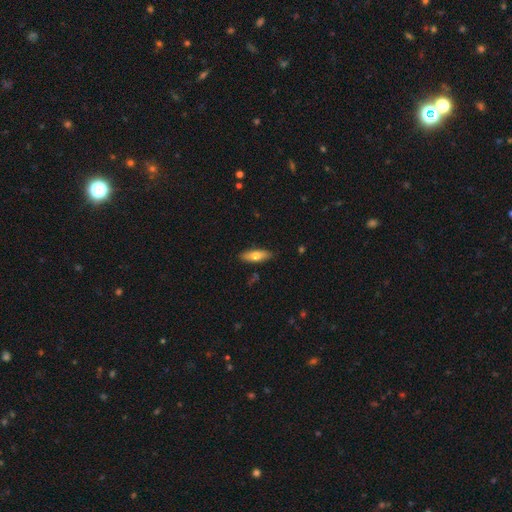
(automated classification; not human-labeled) The model was most divided on "how rounded": in between: 55%, cigar-shaped: 43%, round: 2%. More confident: merging — none (86%); smooth or featured — smooth (69%).